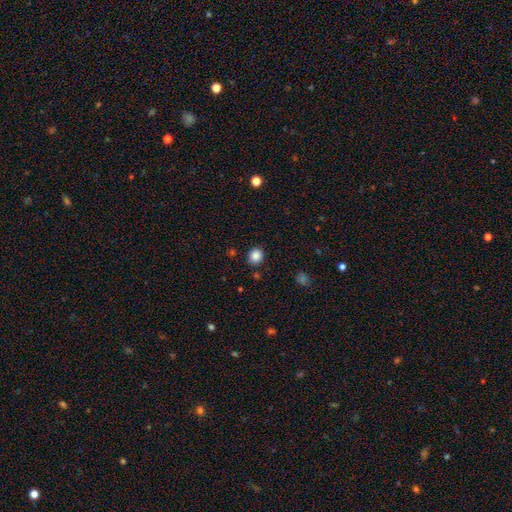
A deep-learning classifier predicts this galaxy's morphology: A smooth galaxy with no disk features (86%) that is round (83%).

Vote fractions:
- Smooth or featured? smooth: 86% / star or artifact: 10% / featured or disk: 4%
- How rounded? round: 83% / in between: 16% / cigar-shaped: 1%
- Merging? none: 88% / minor disturbance: 7% / merger: 2% / major disturbance: 2%